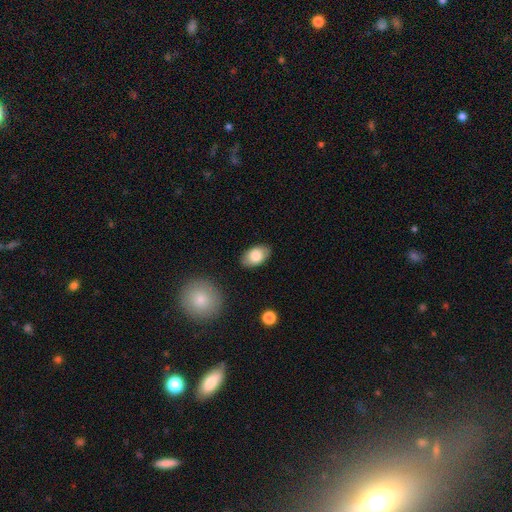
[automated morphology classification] A smooth galaxy with no disk features (82%) that is in between round and cigar-shaped (92%).

Vote fractions:
- Smooth or featured? smooth: 82% / featured or disk: 12% / star or artifact: 6%
- How rounded? in between: 92% / round: 7% / cigar-shaped: 1%
- Merging? none: 86% / minor disturbance: 10% / major disturbance: 2% / merger: 2%